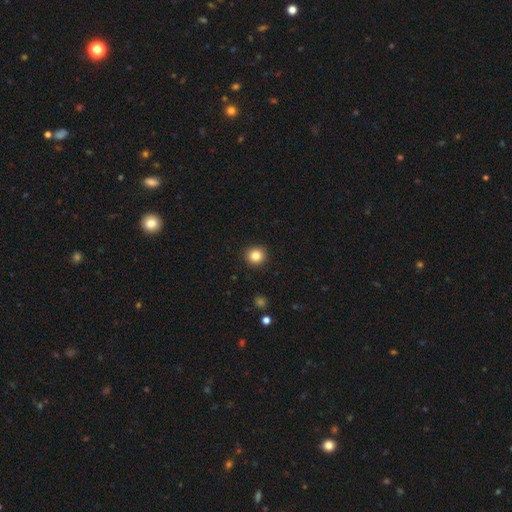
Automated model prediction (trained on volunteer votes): This is clearly a smooth galaxy (84%). How rounded: clearly round (93%). Merging: clearly none (92%).